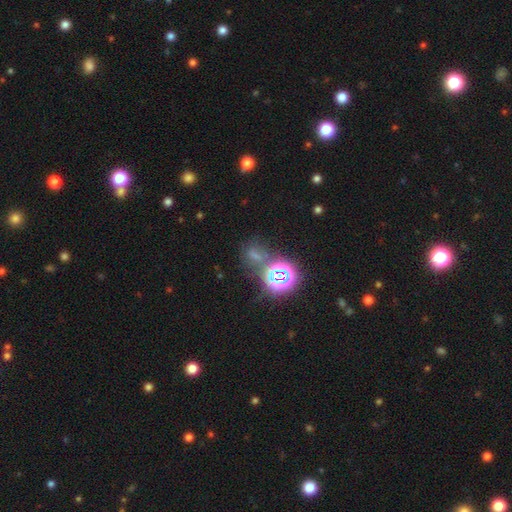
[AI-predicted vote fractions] A star or artifact, not a galaxy (48%).